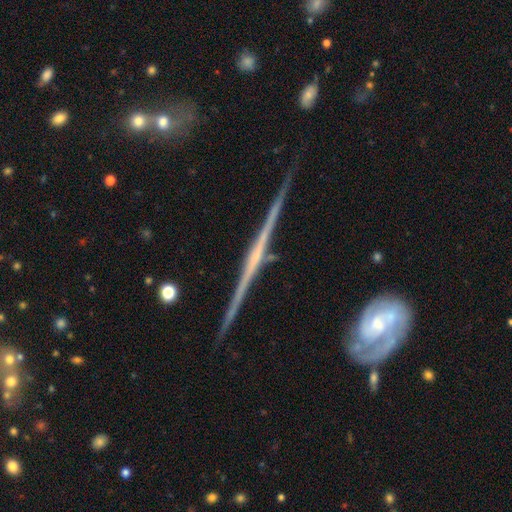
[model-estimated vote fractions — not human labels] This appears to be a featured or disk galaxy (87%) viewed edge-on (96%) with no central bulge (47%). Merging: none (81%).